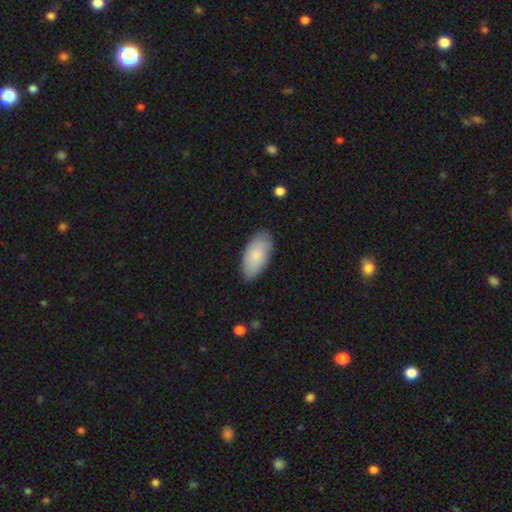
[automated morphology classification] Smooth or featured? smooth (83%)
How rounded? in between (94%)
Merging? none (82%)